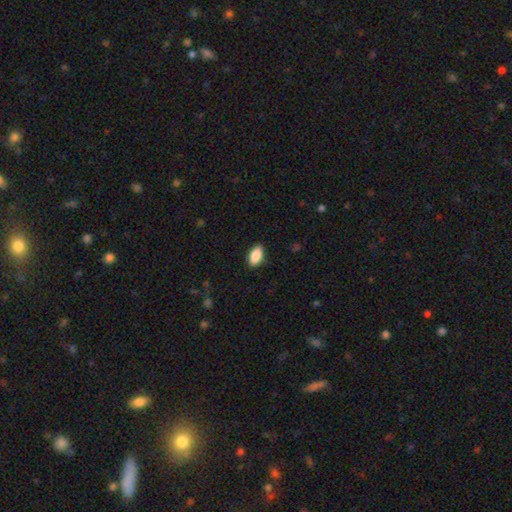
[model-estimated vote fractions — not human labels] smooth 89%, star or artifact 7%, featured or disk 5%. Down the decision tree: how rounded — in between (93%); merging — none (88%).